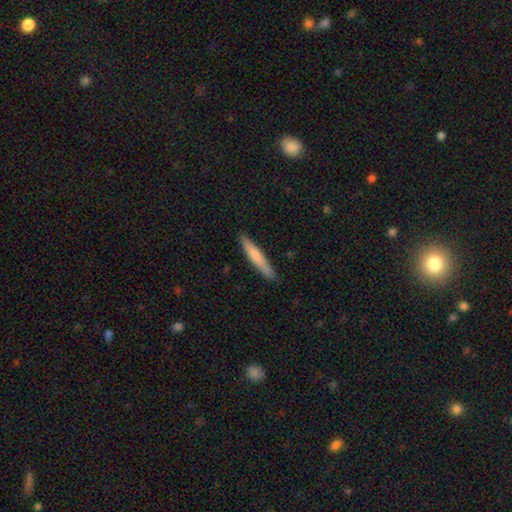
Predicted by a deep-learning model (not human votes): smooth 70%, featured or disk 25%, star or artifact 5%. Down the decision tree: how rounded — cigar-shaped (94%); merging — none (88%).